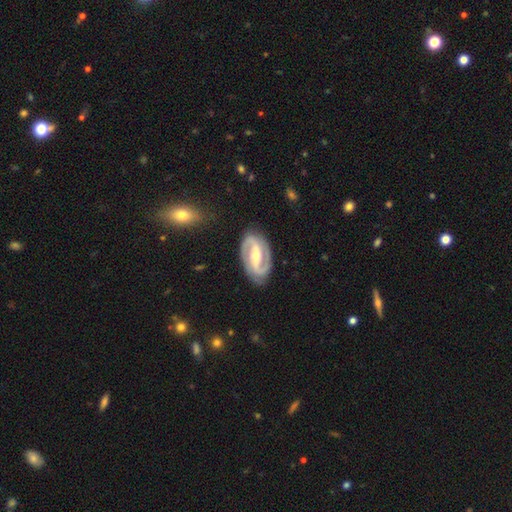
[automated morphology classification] Smooth or featured? Predicted: featured or disk (p=0.90). Edge-on disk? Predicted: no (p=0.96). Bar? Predicted: strong (p=0.60). Spiral arms? Predicted: yes (p=0.96). Spiral winding? Predicted: medium (p=0.48). Spiral arm count? Predicted: 2 (p=0.93). Bulge size? Predicted: moderate (p=0.57). Merging? Predicted: none (p=0.85).